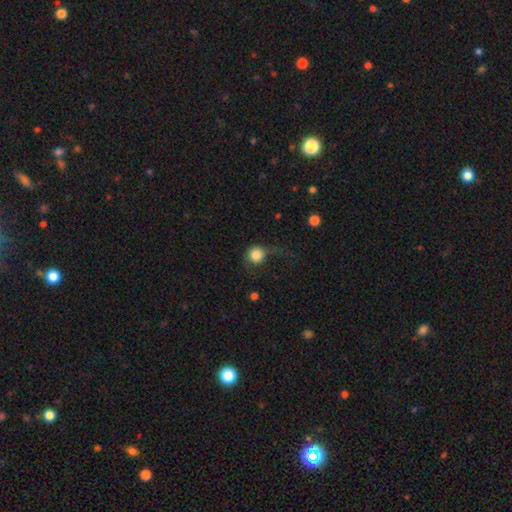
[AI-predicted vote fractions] Overall: smooth (82%). How rounded: round (89%). Merging: none (40%; major disturbance 33%).